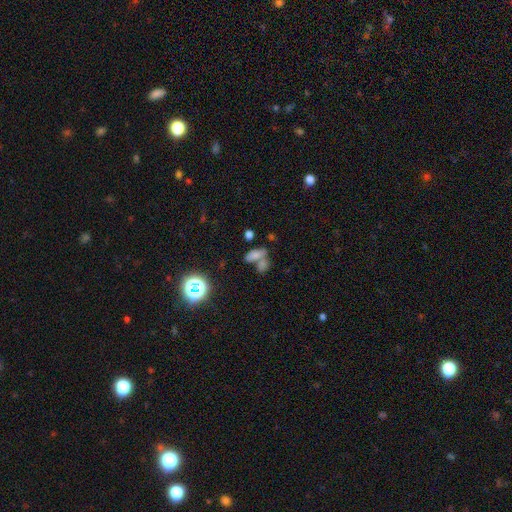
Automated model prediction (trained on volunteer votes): This appears to be a smooth galaxy with no disk features (65%) that is in between round and cigar-shaped (80%). Merging: merger (51%).